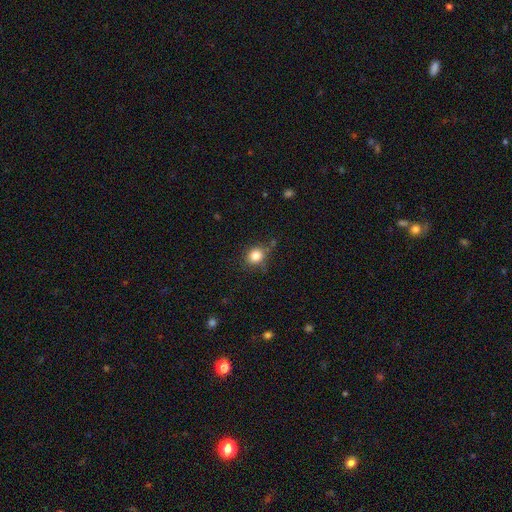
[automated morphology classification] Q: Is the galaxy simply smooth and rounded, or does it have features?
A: smooth — 84%.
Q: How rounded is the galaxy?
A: round — 73%.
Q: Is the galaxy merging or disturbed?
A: none — 75%.